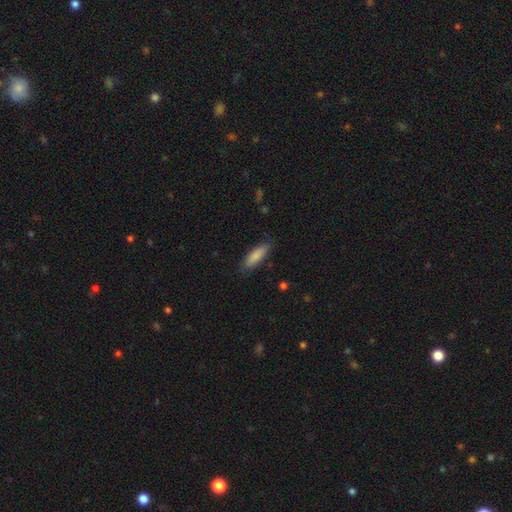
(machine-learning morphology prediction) The model was most divided on "how rounded": cigar-shaped: 51%, in between: 47%, round: 2%. More confident: smooth or featured — smooth (85%); merging — none (85%).